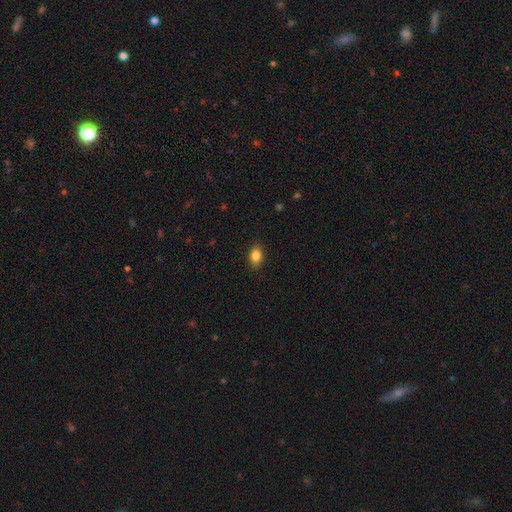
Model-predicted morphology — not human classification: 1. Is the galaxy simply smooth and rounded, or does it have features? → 85% smooth, 9% star or artifact, 6% featured or disk.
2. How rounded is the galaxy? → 71% in between, 28% round, 1% cigar-shaped.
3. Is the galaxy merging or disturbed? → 88% none, 9% minor disturbance, 2% major disturbance, 1% merger.